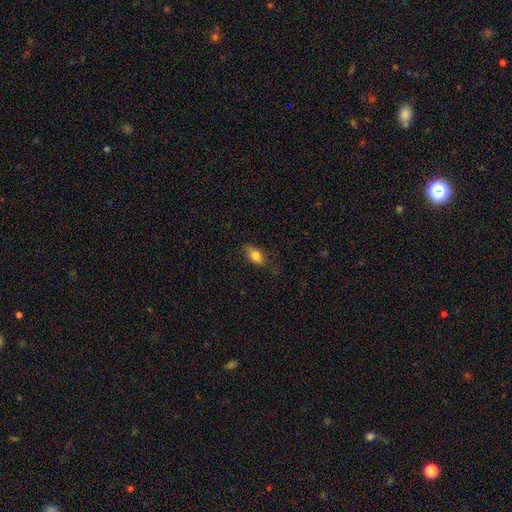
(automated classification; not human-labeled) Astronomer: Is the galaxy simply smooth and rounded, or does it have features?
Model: smooth — 79%.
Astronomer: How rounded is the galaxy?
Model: in between — 83%.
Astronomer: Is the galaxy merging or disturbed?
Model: none — 69%.